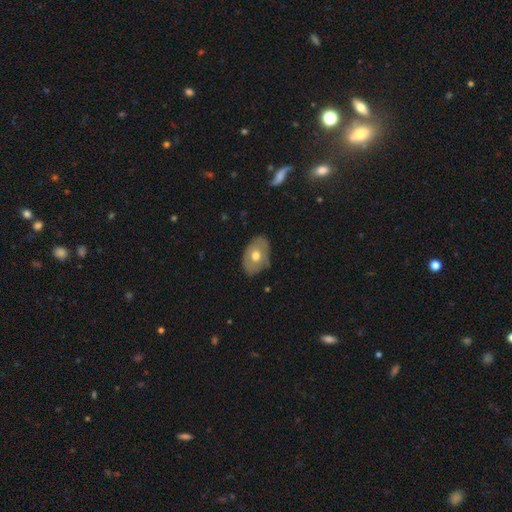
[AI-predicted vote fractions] Q: Smooth or featured?
A: smooth (54%); runner-up: featured or disk (40%)
Q: How rounded?
A: in between (85%); runner-up: round (14%)
Q: Merging?
A: none (75%); runner-up: minor disturbance (19%)